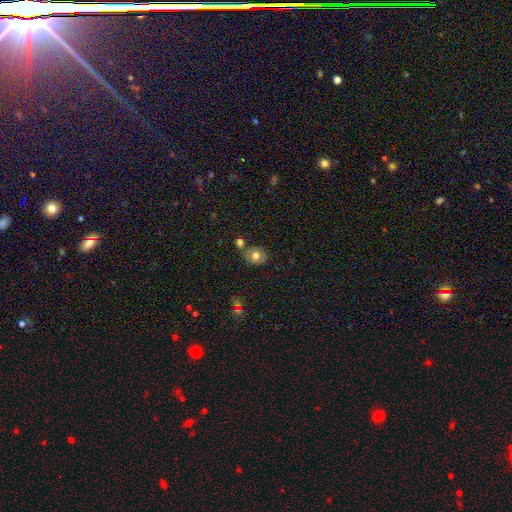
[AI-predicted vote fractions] Smooth or featured? smooth (74%)
How rounded? round (62%)
Merging? none (68%)